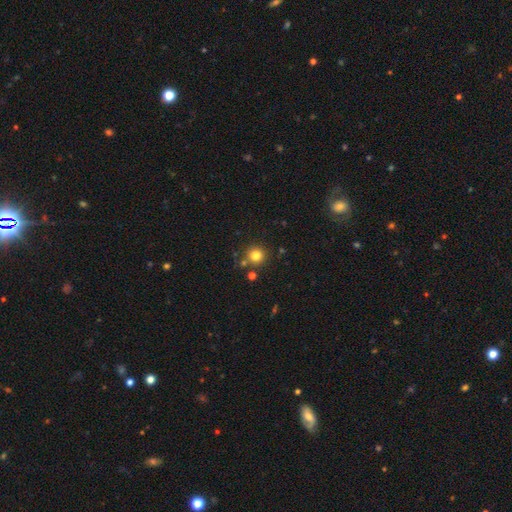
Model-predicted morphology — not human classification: This is likely a smooth galaxy (80%). How rounded: clearly round (94%). Merging: clearly none (81%).